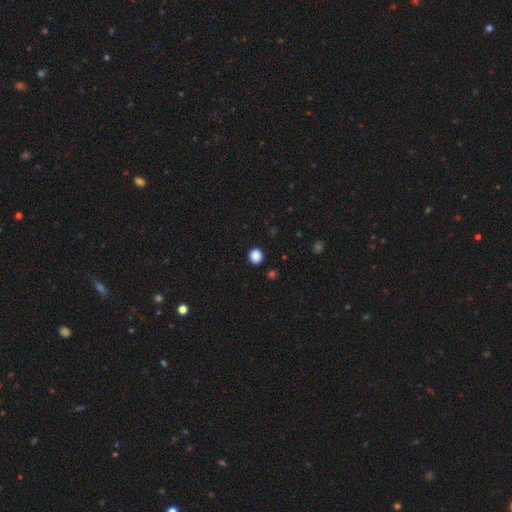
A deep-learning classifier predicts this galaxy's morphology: Q: Smooth or featured?
A: smooth (87%); runner-up: star or artifact (10%)
Q: How rounded?
A: round (89%); runner-up: in between (10%)
Q: Merging?
A: none (92%); runner-up: minor disturbance (5%)